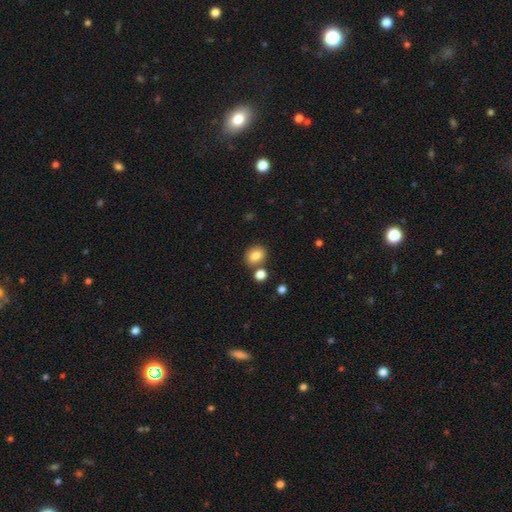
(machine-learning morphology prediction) smooth_or_featured: smooth (p=0.83) [alt: star or artifact p=0.10]
how_rounded: round (p=0.58) [alt: in between p=0.41]
merging: none (p=0.73) [alt: merger p=0.14]